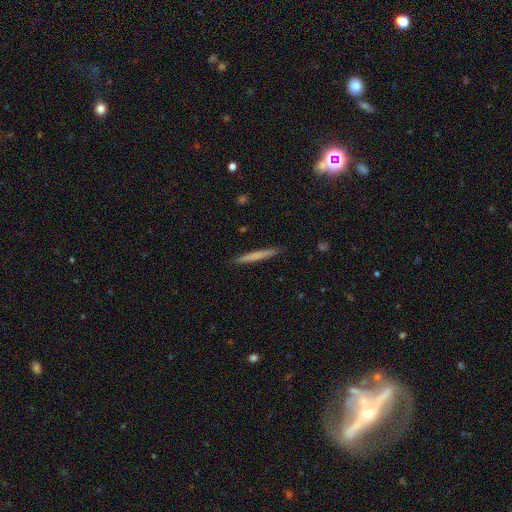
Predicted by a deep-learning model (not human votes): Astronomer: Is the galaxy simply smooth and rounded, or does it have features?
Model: smooth — 70%.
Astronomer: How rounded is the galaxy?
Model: cigar-shaped — 97%.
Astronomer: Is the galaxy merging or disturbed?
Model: none — 91%.